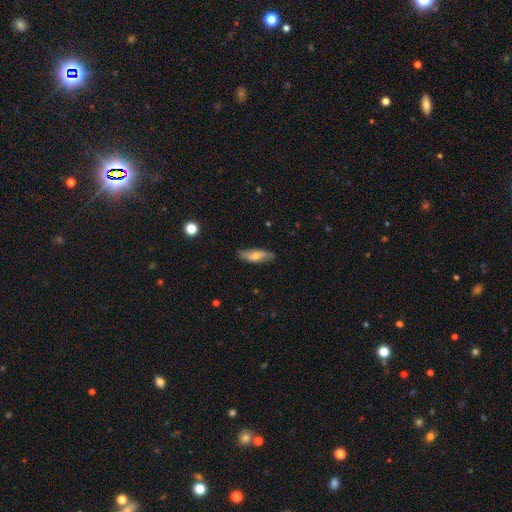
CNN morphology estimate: Smooth or featured?
  - smooth: 61% *
  - featured or disk: 33%
  - star or artifact: 6%
How rounded?
  - in between: 61% *
  - cigar-shaped: 36%
  - round: 3%
Merging?
  - none: 82% *
  - minor disturbance: 15%
  - major disturbance: 2%
  - merger: 1%